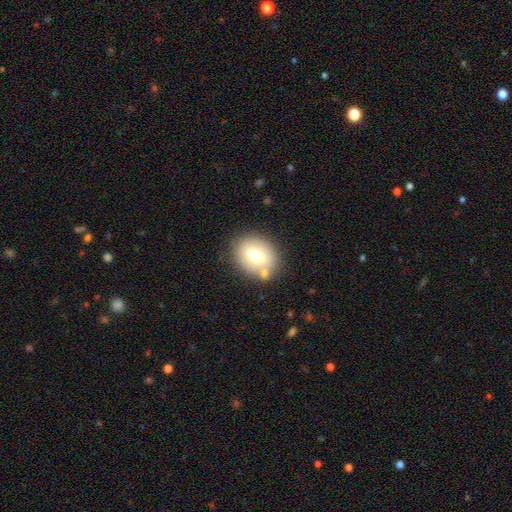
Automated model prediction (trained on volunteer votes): Smooth or featured: smooth — 59% (featured or disk — 33%)
How rounded: in between — 57% (round — 41%)
Merging: none — 72% (minor disturbance — 13%)